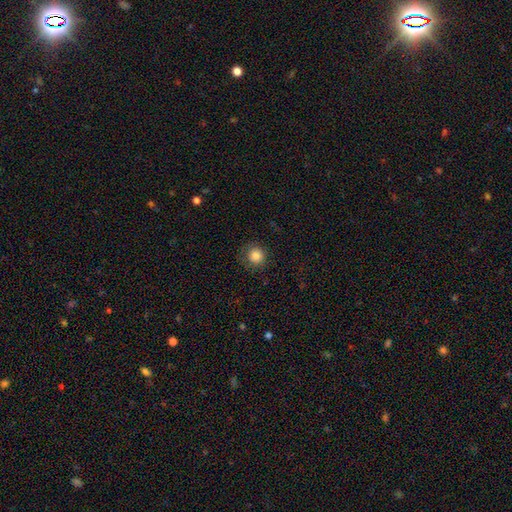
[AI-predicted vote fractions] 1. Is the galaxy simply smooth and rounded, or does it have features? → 85% smooth, 10% star or artifact, 5% featured or disk.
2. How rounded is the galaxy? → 93% round, 6% in between, 1% cigar-shaped.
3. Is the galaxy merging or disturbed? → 82% none, 12% minor disturbance, 5% major disturbance, 1% merger.